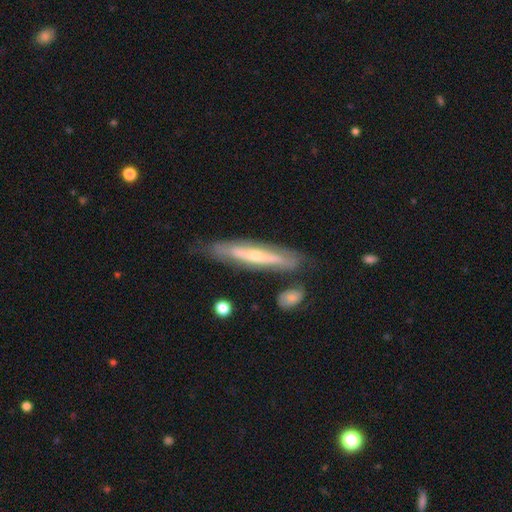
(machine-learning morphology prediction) Smooth or featured?
  - featured or disk: 70% *
  - smooth: 25%
  - star or artifact: 6%
Edge-on disk?
  - yes: 60% *
  - no: 40%
Merging?
  - none: 75% *
  - minor disturbance: 16%
  - merger: 5%
  - major disturbance: 4%